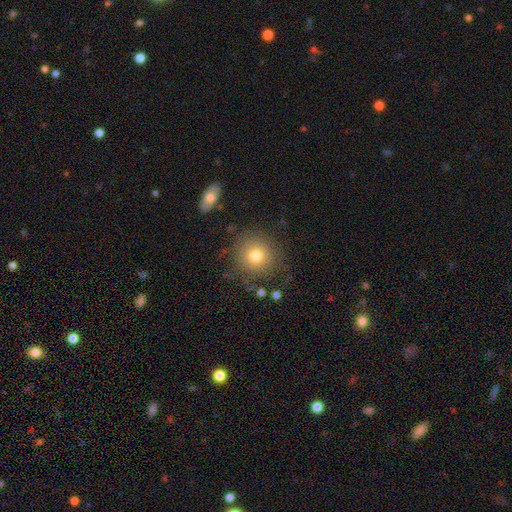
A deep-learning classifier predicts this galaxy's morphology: smooth 77%, featured or disk 12%, star or artifact 11%. Down the decision tree: how rounded — round (92%); merging — none (81%).